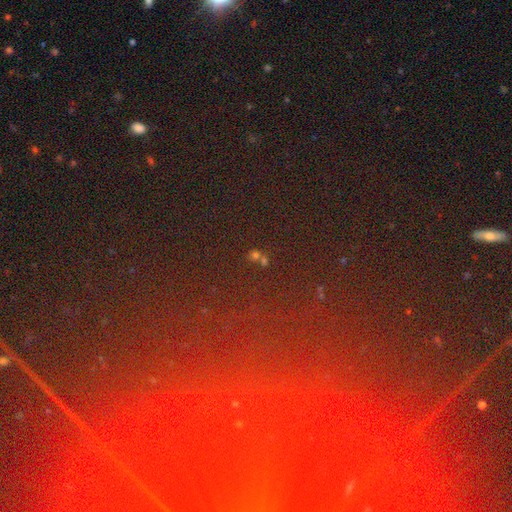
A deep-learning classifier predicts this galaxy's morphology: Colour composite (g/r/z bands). It shows a star or artifact, not a galaxy (74%).